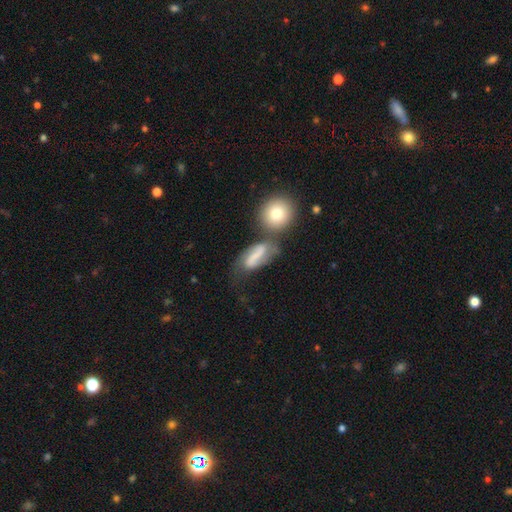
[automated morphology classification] Smooth or featured?
  - smooth: 52% *
  - featured or disk: 38%
  - star or artifact: 10%
How rounded?
  - in between: 68% *
  - cigar-shaped: 22%
  - round: 10%
Merging?
  - none: 40% *
  - merger: 26%
  - minor disturbance: 20%
  - major disturbance: 14%